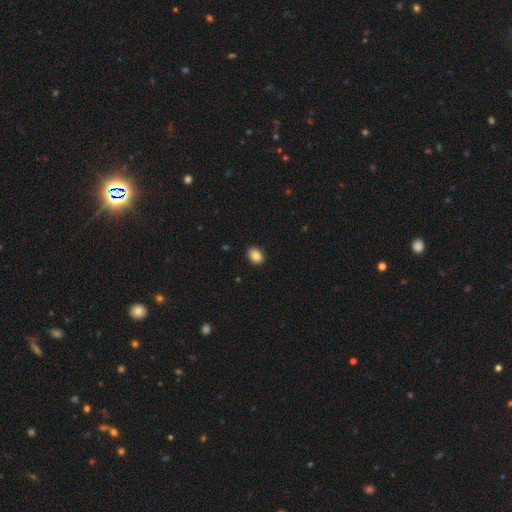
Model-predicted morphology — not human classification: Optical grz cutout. It shows a smooth galaxy with no disk features (85%) that is in between round and cigar-shaped (66%). Merging: none (90%).